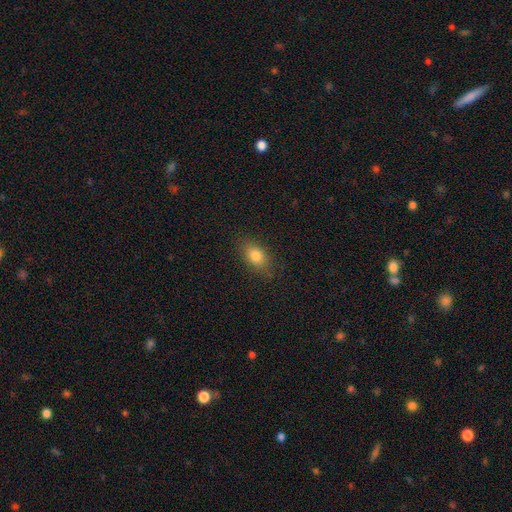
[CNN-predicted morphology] smooth_or_featured: smooth (p=0.82) [alt: star or artifact p=0.10]
how_rounded: in between (p=0.83) [alt: round p=0.14]
merging: none (p=0.84) [alt: minor disturbance p=0.12]